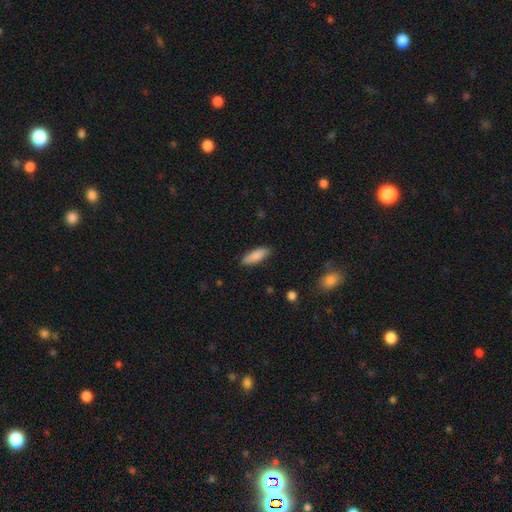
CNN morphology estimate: The model was most divided on "how rounded": in between: 62%, cigar-shaped: 36%, round: 2%. More confident: smooth or featured — smooth (86%); merging — none (83%).